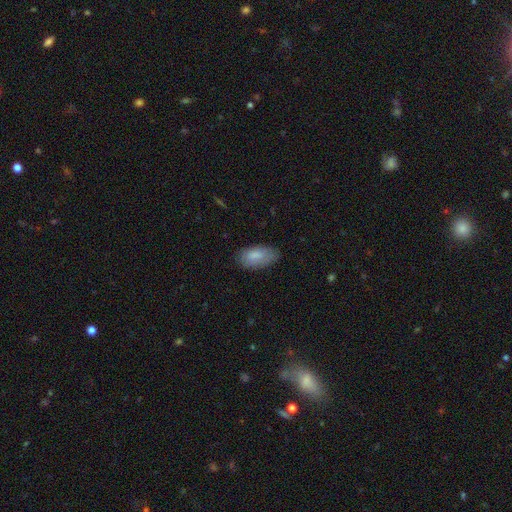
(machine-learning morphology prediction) Smooth or featured? Predicted: smooth (p=0.85). How rounded? Predicted: in between (p=0.93). Merging? Predicted: none (p=0.74).